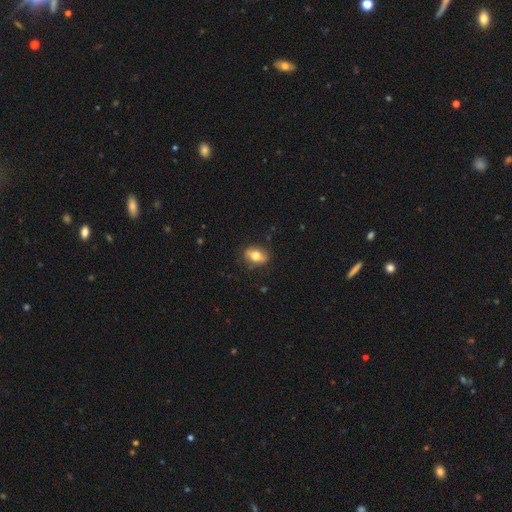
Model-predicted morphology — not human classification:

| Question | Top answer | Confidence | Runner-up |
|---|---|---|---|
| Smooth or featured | smooth | 65% | featured or disk (28%) |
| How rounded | in between | 76% | round (20%) |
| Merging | none | 81% | minor disturbance (14%) |